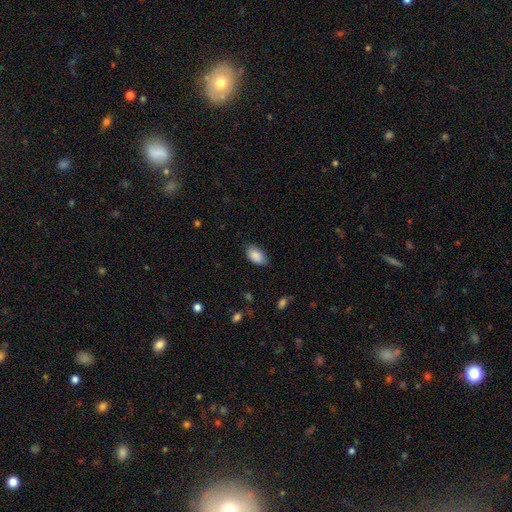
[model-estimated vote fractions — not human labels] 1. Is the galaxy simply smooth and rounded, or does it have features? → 89% smooth, 6% star or artifact, 4% featured or disk.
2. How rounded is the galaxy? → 94% in between, 4% round, 2% cigar-shaped.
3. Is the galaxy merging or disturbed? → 79% none, 17% minor disturbance, 3% major disturbance, 1% merger.